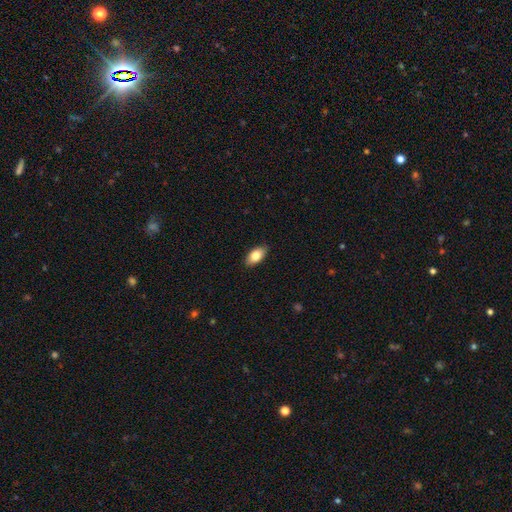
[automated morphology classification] A smooth galaxy with no disk features (81%) that is in between round and cigar-shaped (92%). Merging: none (88%).